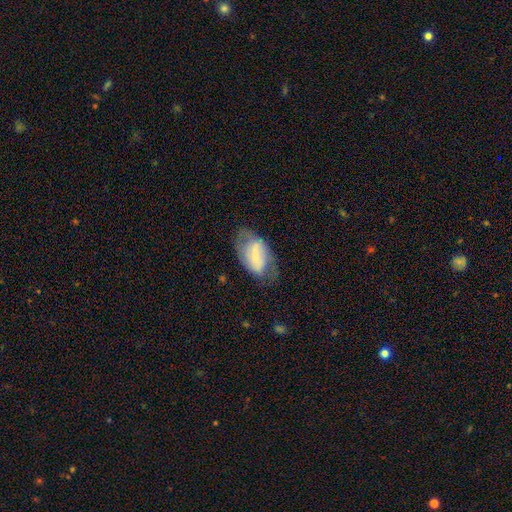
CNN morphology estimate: smooth-or-featured: smooth: 50% | featured or disk: 43% | star or artifact: 8%
  merging: none: 56% | minor disturbance: 26% | major disturbance: 16% | merger: 2%